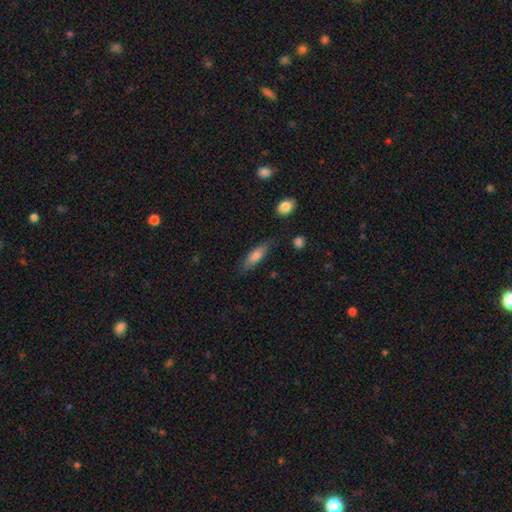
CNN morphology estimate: type=smooth (74%); roundness=cigar-shaped (53%); merging=none (75%).